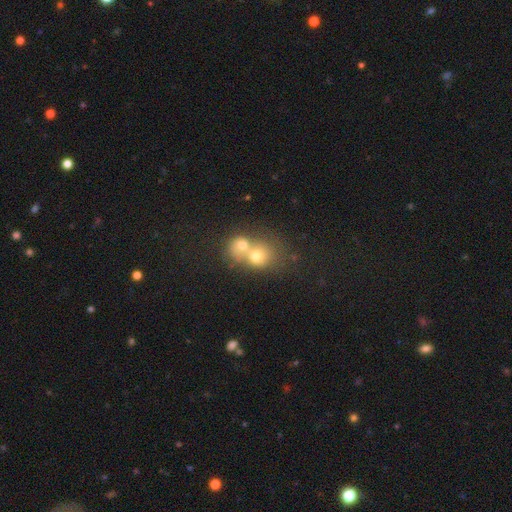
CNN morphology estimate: Smooth or featured?
  - smooth: 61% *
  - featured or disk: 23%
  - star or artifact: 16%
How rounded?
  - round: 67% *
  - in between: 32%
  - cigar-shaped: 1%
Merging?
  - merger: 73% *
  - none: 20%
  - minor disturbance: 5%
  - major disturbance: 3%